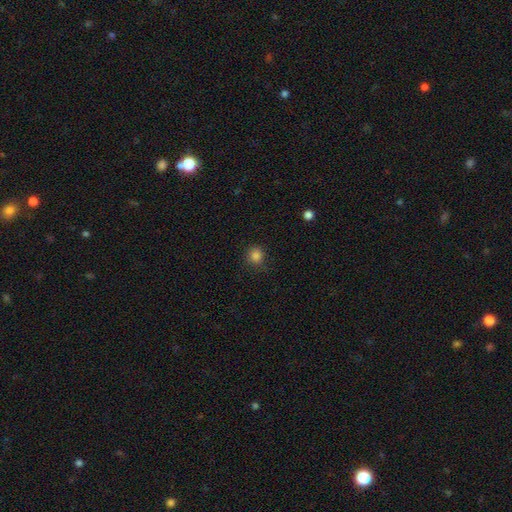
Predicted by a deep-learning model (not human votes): Smooth or featured: smooth — 84% (star or artifact — 13%)
How rounded: round — 88% (in between — 11%)
Merging: none — 84% (minor disturbance — 12%)